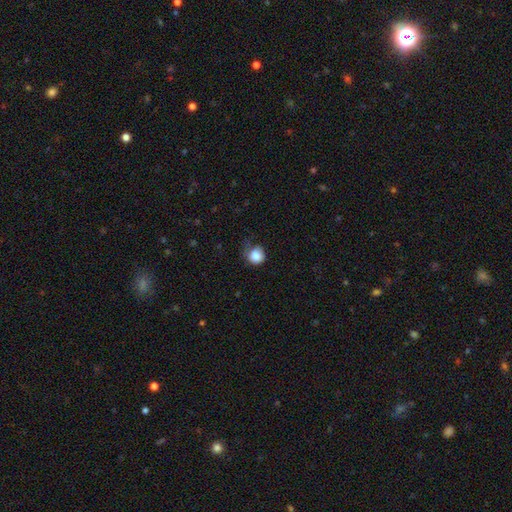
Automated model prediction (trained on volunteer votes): Smooth or featured: smooth — 84% (star or artifact — 9%)
How rounded: round — 77% (in between — 22%)
Merging: none — 44% (minor disturbance — 33%)